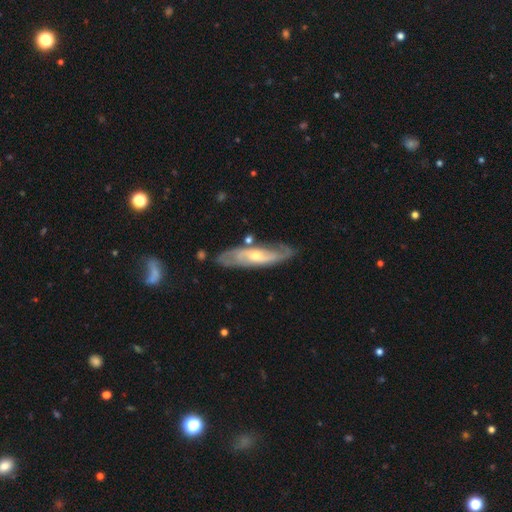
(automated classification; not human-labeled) Overall: featured or disk (73%). Edge-on disk: no (74%). Bar: no (59%; weak 30%). Spiral arms: yes (84%). Bulge size: moderate (50%; small 46%). Merging: none (74%).